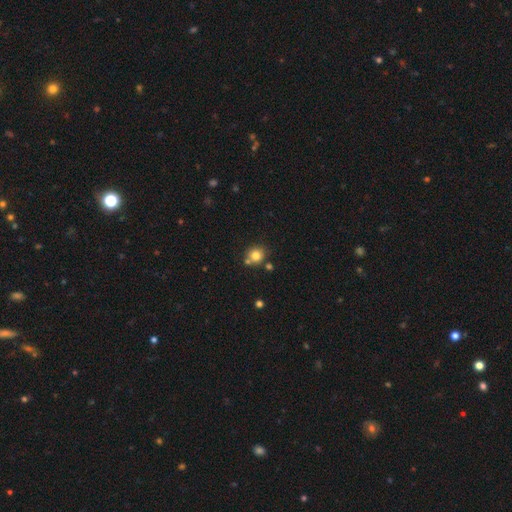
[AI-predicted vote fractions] This appears to be a smooth galaxy with no disk features (79%) that is round (84%). Merging: none (72%).